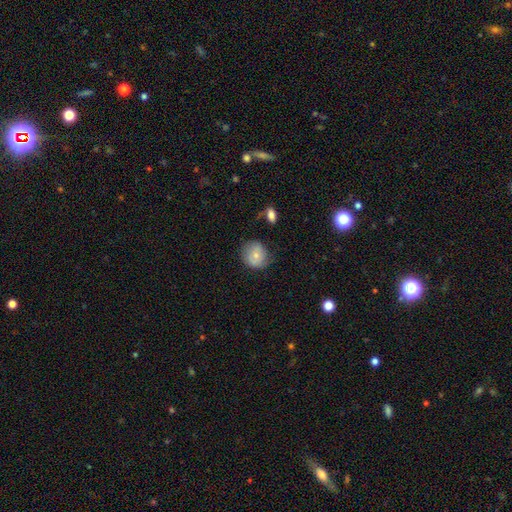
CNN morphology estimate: Smooth or featured?
  - smooth: 66% *
  - featured or disk: 26%
  - star or artifact: 8%
How rounded?
  - round: 81% *
  - in between: 18%
  - cigar-shaped: 1%
Merging?
  - none: 61% *
  - minor disturbance: 27%
  - major disturbance: 10%
  - merger: 3%